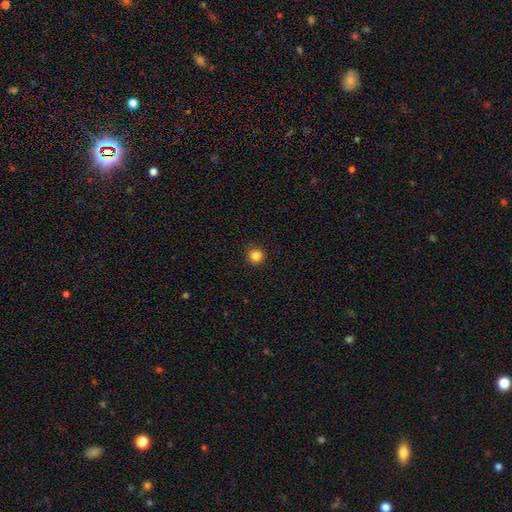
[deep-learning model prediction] smooth_or_featured: smooth (p=0.84) [alt: star or artifact p=0.12]
how_rounded: round (p=0.94) [alt: in between p=0.05]
merging: none (p=0.92) [alt: minor disturbance p=0.05]